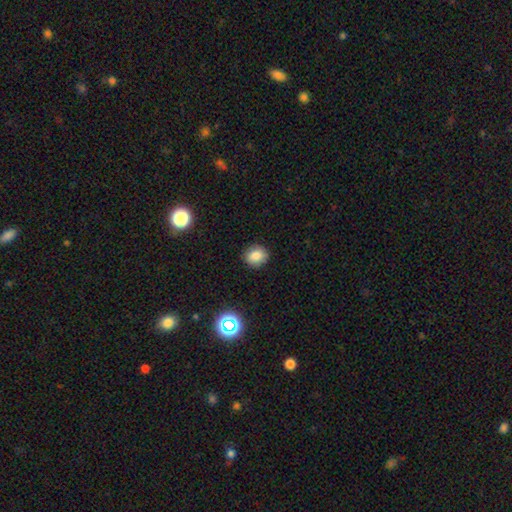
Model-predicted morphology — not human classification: Smooth or featured?
  - smooth: 82% *
  - star or artifact: 12%
  - featured or disk: 6%
How rounded?
  - round: 70% *
  - in between: 29%
  - cigar-shaped: 1%
Merging?
  - none: 87% *
  - minor disturbance: 9%
  - major disturbance: 2%
  - merger: 1%